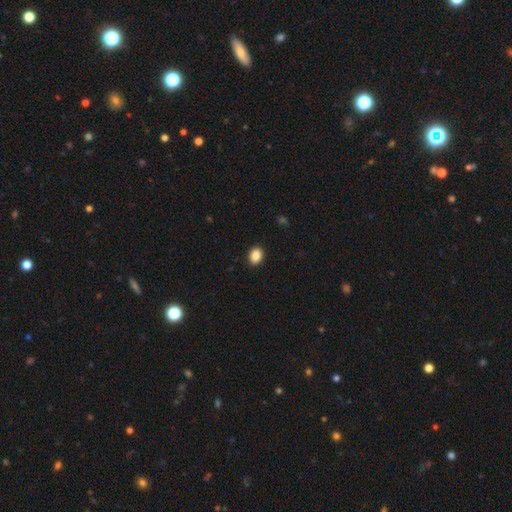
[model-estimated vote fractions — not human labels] This appears to be a smooth galaxy with no disk features (89%) that is in between round and cigar-shaped (67%). Merging: none (90%).